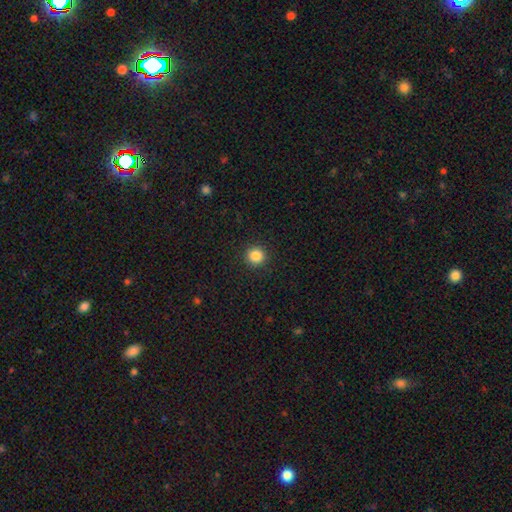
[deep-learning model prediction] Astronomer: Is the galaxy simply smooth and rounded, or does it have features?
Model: smooth — 85%.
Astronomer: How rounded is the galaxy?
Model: round — 94%.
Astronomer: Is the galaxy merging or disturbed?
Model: none — 92%.